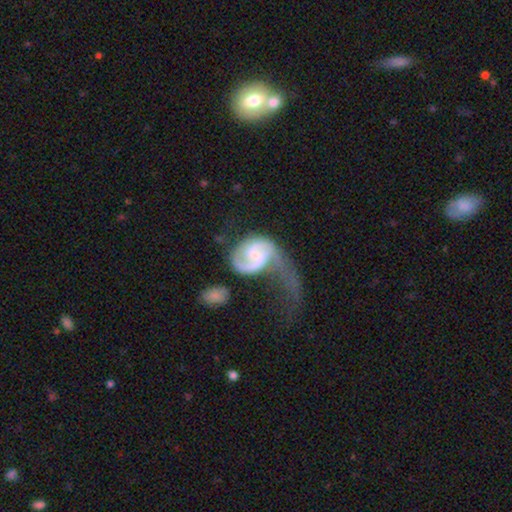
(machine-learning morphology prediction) Smooth or featured: featured or disk — 80% (smooth — 15%)
Edge-on disk: no — 98% (yes — 2%)
Bar: no — 47% (weak — 42%)
Spiral arms: yes — 93% (no — 7%)
Spiral winding: loose — 43% (medium — 39%)
Spiral arm count: 2 — 69% (1 — 22%)
Bulge size: small — 49% (moderate — 26%)
Merging: major disturbance — 59% (none — 17%)